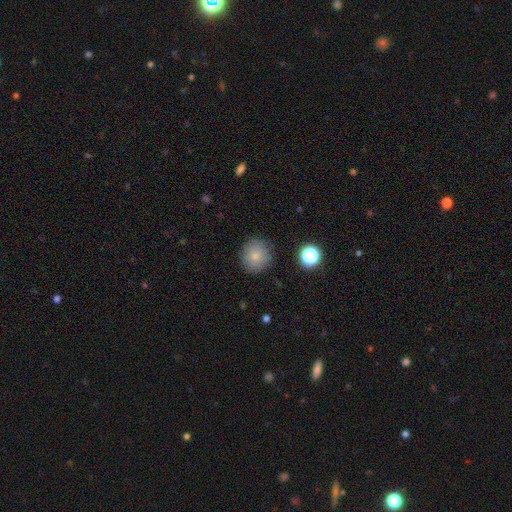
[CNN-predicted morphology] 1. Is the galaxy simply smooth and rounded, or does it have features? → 80% smooth, 11% star or artifact, 9% featured or disk.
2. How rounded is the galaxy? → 91% round, 8% in between, 1% cigar-shaped.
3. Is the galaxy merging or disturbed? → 87% none, 9% minor disturbance, 3% major disturbance, 2% merger.